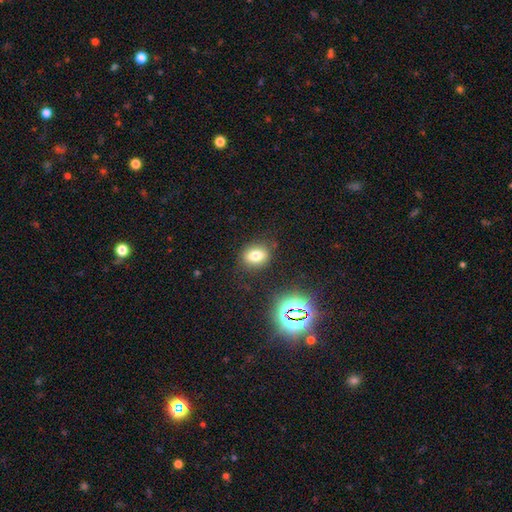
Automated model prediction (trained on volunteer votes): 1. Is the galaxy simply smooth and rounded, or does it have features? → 73% smooth, 15% star or artifact, 12% featured or disk.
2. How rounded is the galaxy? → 61% in between, 37% round, 2% cigar-shaped.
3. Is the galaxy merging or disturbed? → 82% none, 12% minor disturbance, 4% major disturbance, 3% merger.